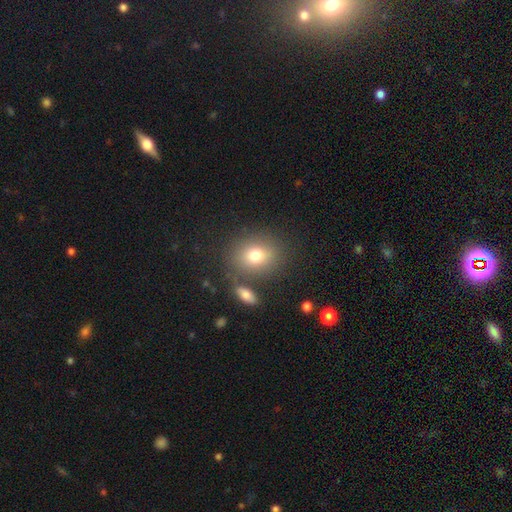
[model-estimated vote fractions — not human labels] Smooth or featured? smooth (77%)
How rounded? round (59%)
Merging? none (75%)